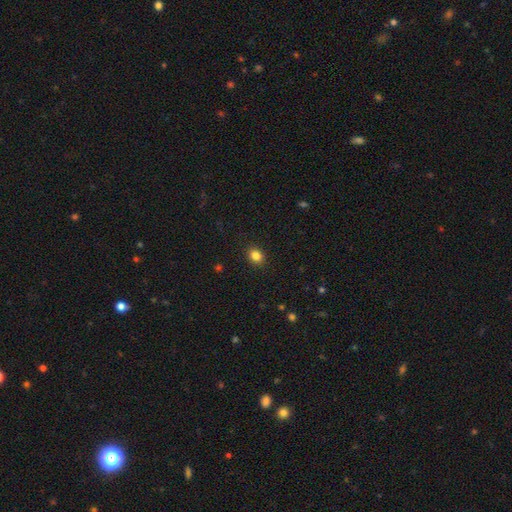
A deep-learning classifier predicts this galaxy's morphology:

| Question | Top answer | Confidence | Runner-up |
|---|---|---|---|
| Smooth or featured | smooth | 84% | star or artifact (11%) |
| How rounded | round | 55% | in between (44%) |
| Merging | none | 90% | minor disturbance (7%) |